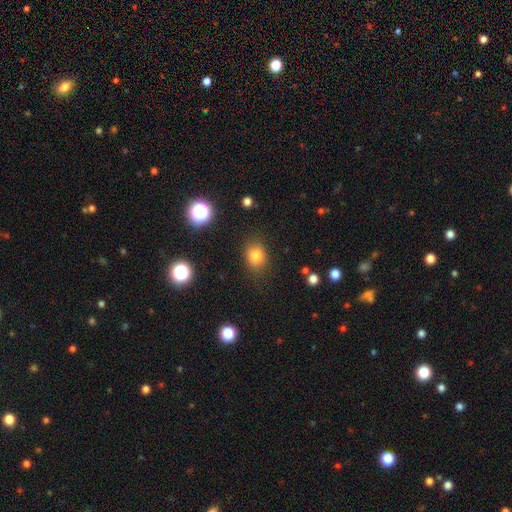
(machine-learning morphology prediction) Smooth or featured? smooth (78%)
How rounded? round (55%)
Merging? none (82%)